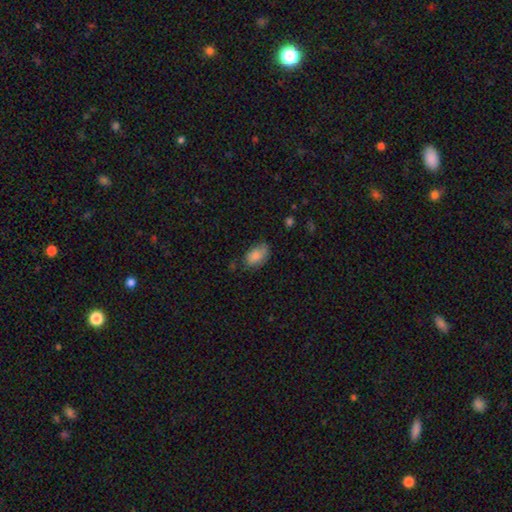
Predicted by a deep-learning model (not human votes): This is clearly a smooth galaxy (85%). How rounded: clearly in between (91%). Merging: likely none (65%).